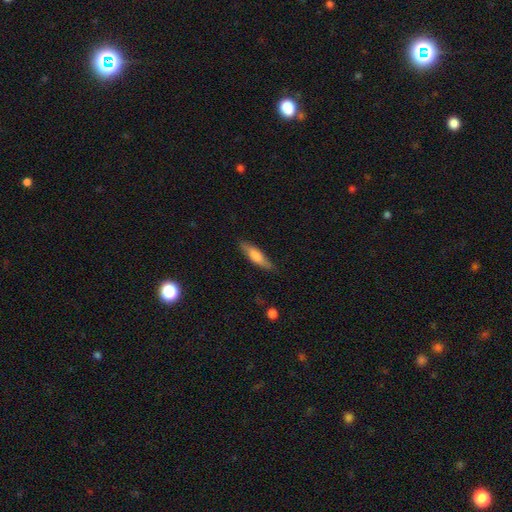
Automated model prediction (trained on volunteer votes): Smooth or featured?
  - smooth: 70% *
  - featured or disk: 25%
  - star or artifact: 6%
How rounded?
  - cigar-shaped: 67% *
  - in between: 31%
  - round: 2%
Merging?
  - none: 82% *
  - minor disturbance: 14%
  - major disturbance: 3%
  - merger: 1%